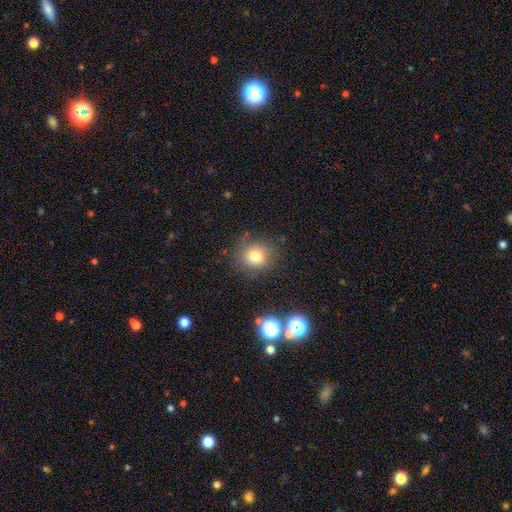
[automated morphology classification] smooth_or_featured: smooth (p=0.78) [alt: star or artifact p=0.13]
how_rounded: round (p=0.77) [alt: in between p=0.23]
merging: none (p=0.81) [alt: minor disturbance p=0.12]